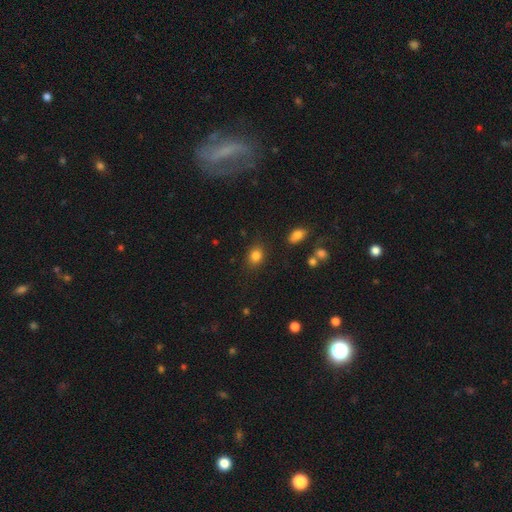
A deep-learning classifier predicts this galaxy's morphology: The model was most divided on "how rounded": in between: 50%, round: 49%, cigar-shaped: 1%. More confident: smooth or featured — smooth (83%); merging — none (83%).